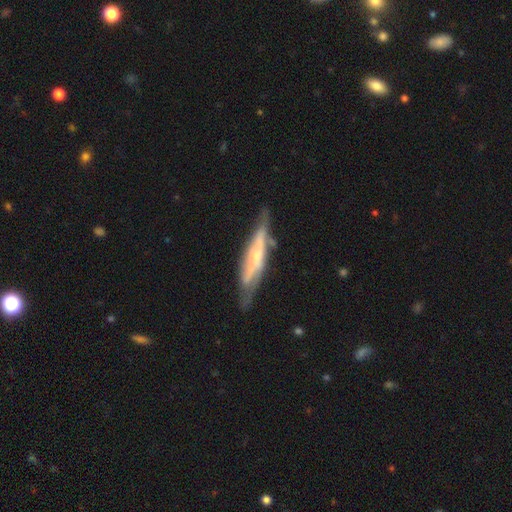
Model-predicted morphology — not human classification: Smooth or featured? featured or disk (69%)
Edge-on disk? yes (69%)
Merging? none (61%)